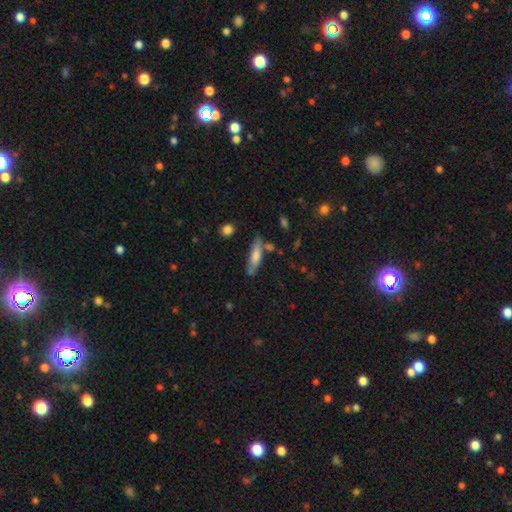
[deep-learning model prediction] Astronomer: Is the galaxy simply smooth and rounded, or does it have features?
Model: smooth — 71%.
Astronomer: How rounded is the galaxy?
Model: cigar-shaped — 60% (runner-up: in between, 38%).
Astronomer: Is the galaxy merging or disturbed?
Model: none — 66%.